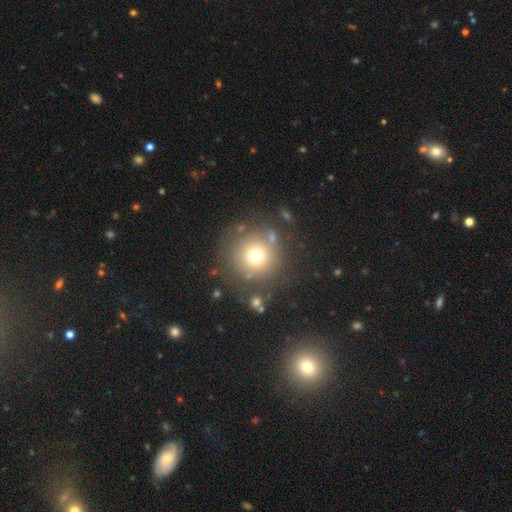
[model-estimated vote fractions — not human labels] The model was most divided on "smooth or featured": smooth: 70%, star or artifact: 16%, featured or disk: 14%. More confident: how rounded — round (96%); merging — none (79%).